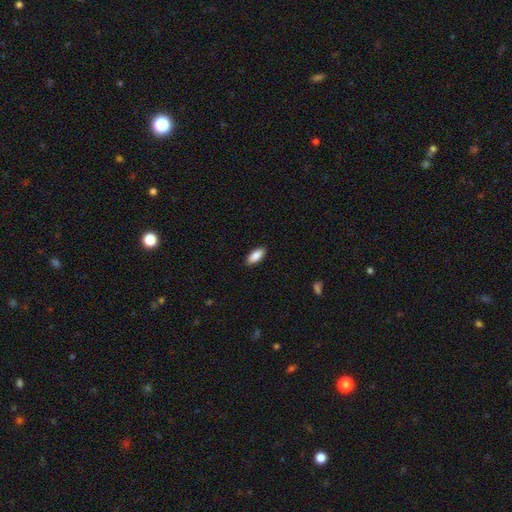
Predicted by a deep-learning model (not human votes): Q: Smooth or featured?
A: smooth (87%); runner-up: featured or disk (7%)
Q: How rounded?
A: in between (83%); runner-up: cigar-shaped (15%)
Q: Merging?
A: none (90%); runner-up: minor disturbance (8%)